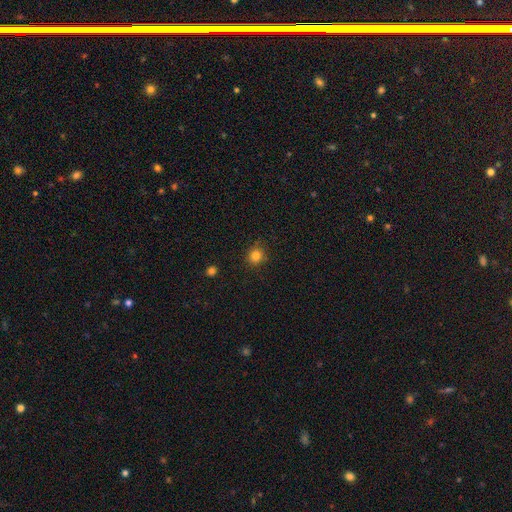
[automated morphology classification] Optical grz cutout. It shows a smooth galaxy with no disk features (83%) that is round (87%). Merging: none (87%).